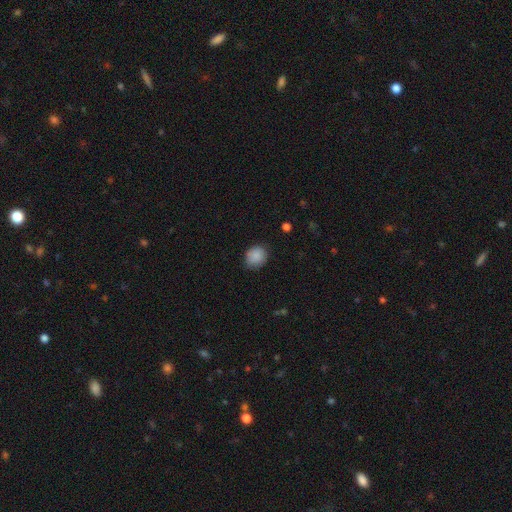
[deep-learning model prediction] smooth-or-featured: smooth: 88% | star or artifact: 8% | featured or disk: 5%
  how-rounded: round: 74% | in between: 26% | cigar-shaped: 1%
  merging: none: 79% | minor disturbance: 16% | major disturbance: 3% | merger: 1%